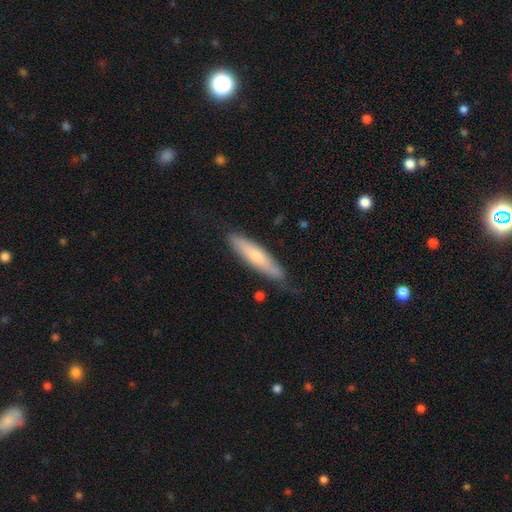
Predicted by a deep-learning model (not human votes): Morphology: type=smooth (63%); roundness=cigar-shaped (81%); merging=none (71%).